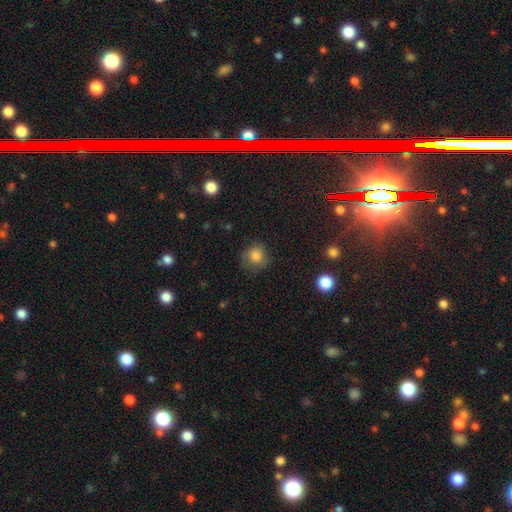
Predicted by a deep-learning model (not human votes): Smooth or featured? smooth (76%)
How rounded? round (86%)
Merging? none (70%)